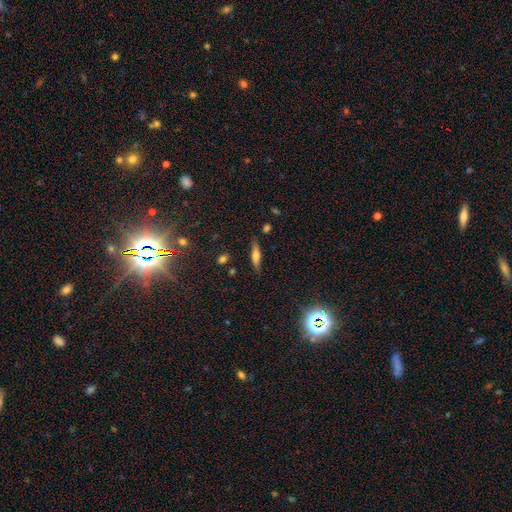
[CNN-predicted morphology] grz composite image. It shows a smooth galaxy with no disk features (57%) that is cigar-shaped (72%). Merging: none (83%).